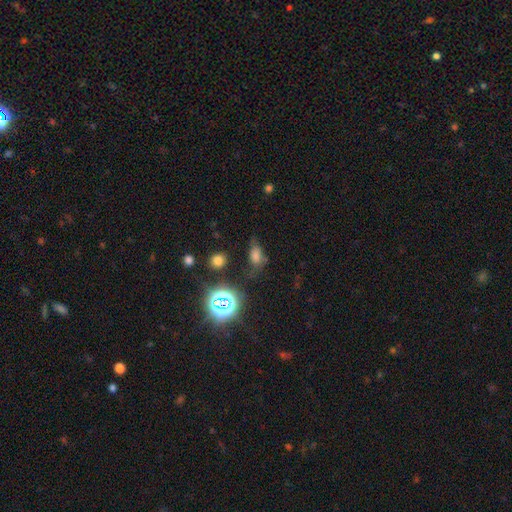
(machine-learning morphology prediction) Overall: smooth (55%; star or artifact 31%). How rounded: in between (75%). Merging: none (59%; minor disturbance 24%).